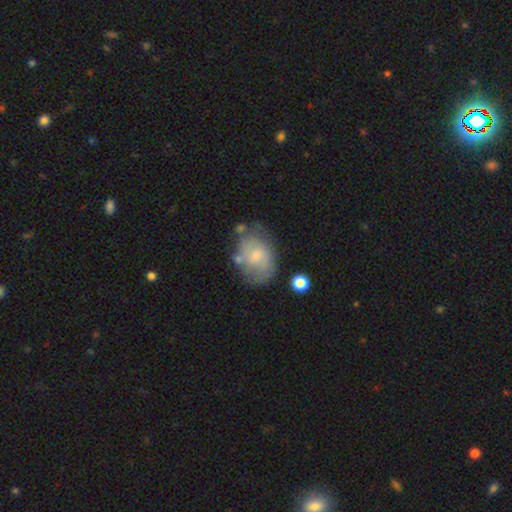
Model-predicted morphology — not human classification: type=smooth (48%); merging=none (55%).